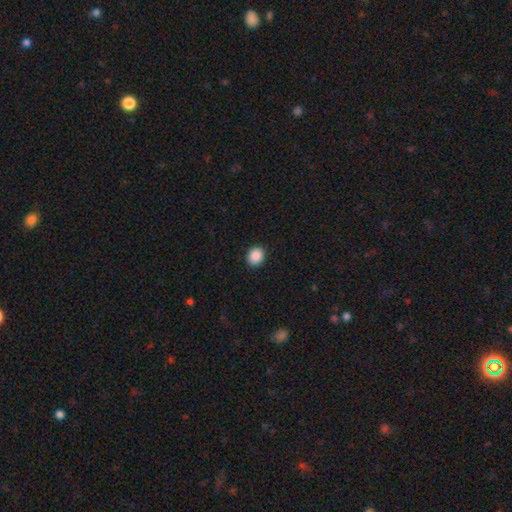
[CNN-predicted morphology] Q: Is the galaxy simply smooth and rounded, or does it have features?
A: smooth — 89%.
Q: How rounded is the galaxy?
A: round — 63%.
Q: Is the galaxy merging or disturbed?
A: none — 90%.